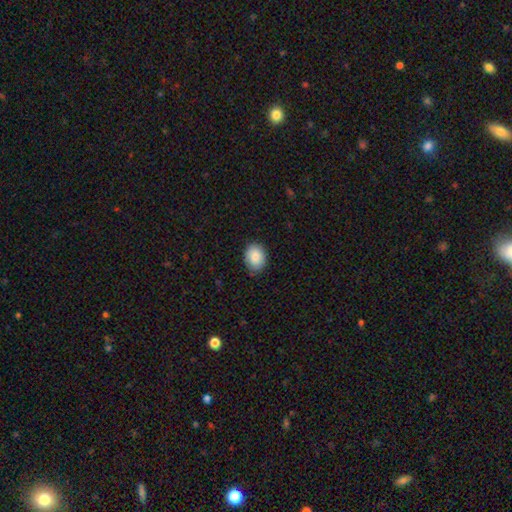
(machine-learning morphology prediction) Smooth or featured? Predicted: smooth (p=0.87). How rounded? Predicted: in between (p=0.62). Merging? Predicted: none (p=0.83).